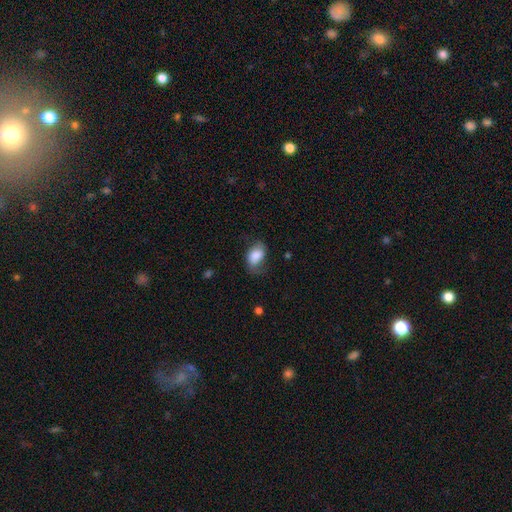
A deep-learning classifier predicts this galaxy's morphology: smooth_or_featured: smooth (p=0.76) [alt: featured or disk p=0.16]
how_rounded: in between (p=0.84) [alt: round p=0.15]
merging: none (p=0.52) [alt: minor disturbance p=0.30]